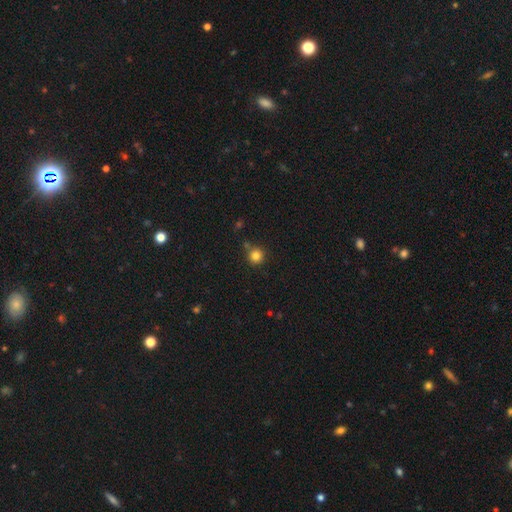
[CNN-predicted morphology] The model was most divided on "merging": none: 78%, minor disturbance: 10%, merger: 9%, major disturbance: 3%. More confident: how rounded — round (94%); smooth or featured — smooth (83%).